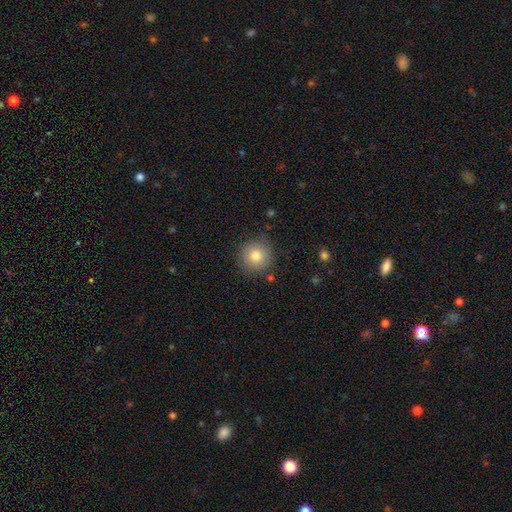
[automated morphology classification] smooth_or_featured: smooth (p=0.80) [alt: star or artifact p=0.10]
how_rounded: round (p=0.94) [alt: in between p=0.05]
merging: none (p=0.85) [alt: minor disturbance p=0.10]